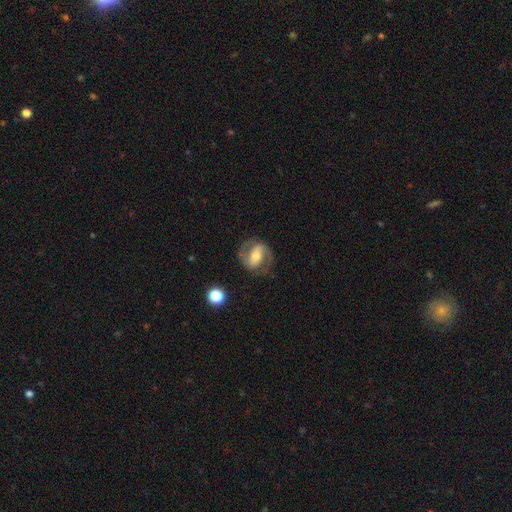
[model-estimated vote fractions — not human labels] Smooth or featured? Predicted: featured or disk (p=0.78). Edge-on disk? Predicted: no (p=0.97). Bar? Predicted: strong (p=0.42). Spiral arms? Predicted: yes (p=0.91). Spiral winding? Predicted: medium (p=0.53). Spiral arm count? Predicted: 2 (p=0.90). Bulge size? Predicted: moderate (p=0.59). Merging? Predicted: none (p=0.78).